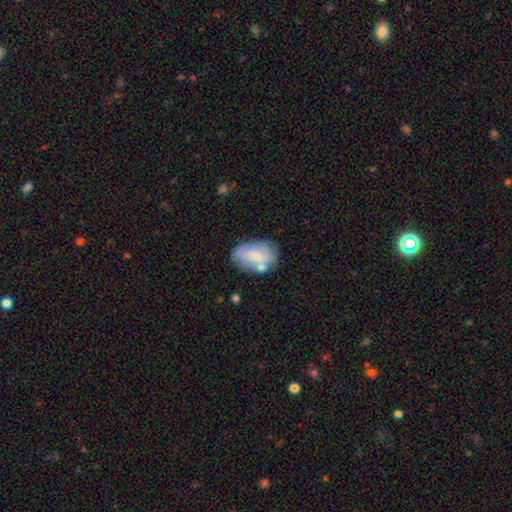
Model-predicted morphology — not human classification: Smooth or featured?
  - smooth: 59% *
  - featured or disk: 34%
  - star or artifact: 7%
How rounded?
  - in between: 87% *
  - round: 11%
  - cigar-shaped: 2%
Merging?
  - none: 60% *
  - minor disturbance: 23%
  - merger: 11%
  - major disturbance: 7%